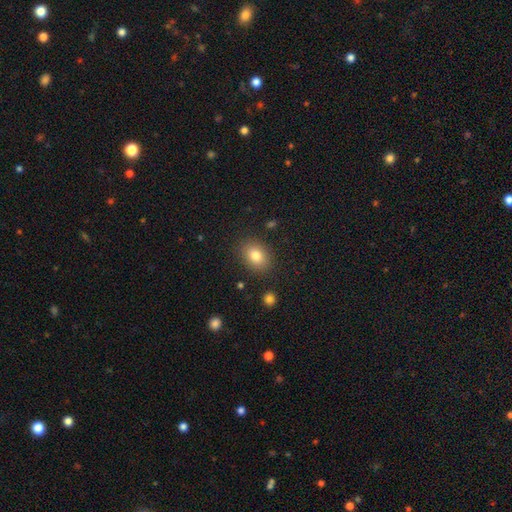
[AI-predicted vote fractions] Smooth or featured? smooth (82%)
How rounded? in between (70%)
Merging? none (86%)